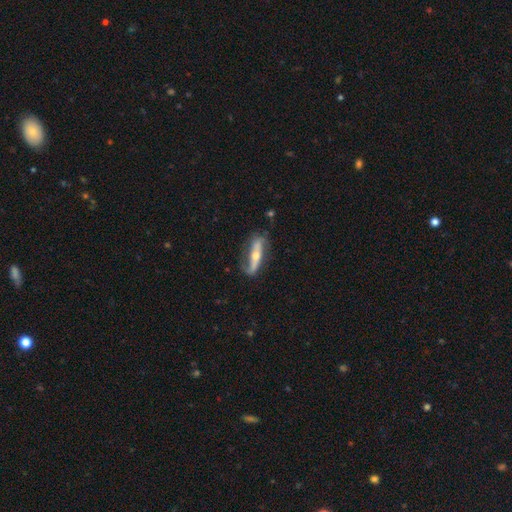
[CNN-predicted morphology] Smooth or featured? featured or disk (69%)
Edge-on disk? no (56%)
Merging? none (64%)